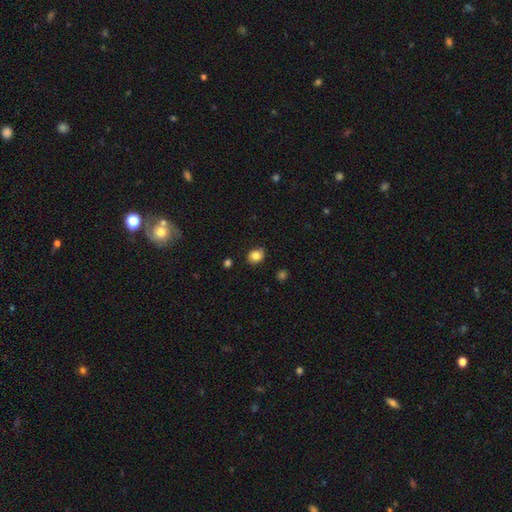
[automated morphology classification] Smooth or featured? Predicted: smooth (p=0.83). How rounded? Predicted: in between (p=0.54). Merging? Predicted: none (p=0.80).